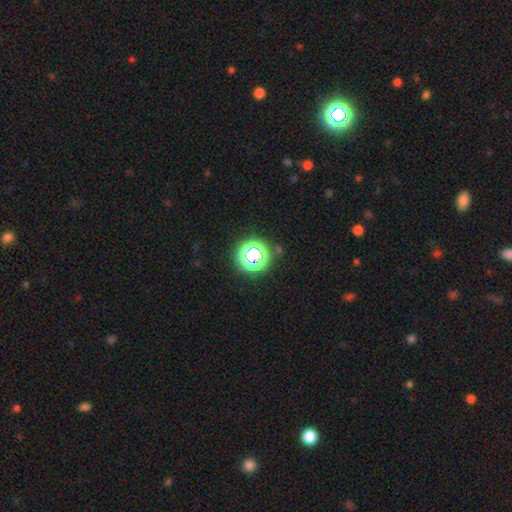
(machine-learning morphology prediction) This is likely a star or artifact rather than a galaxy (71%).